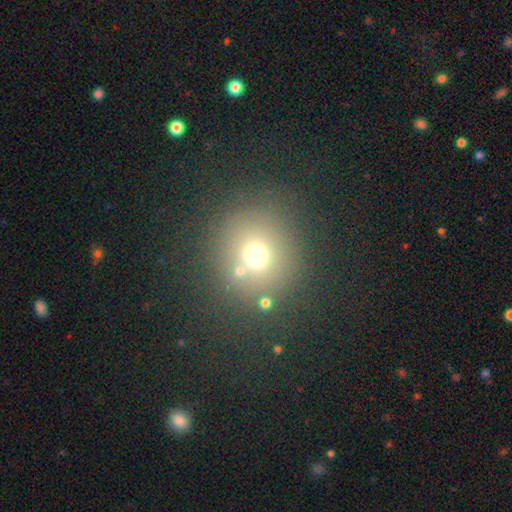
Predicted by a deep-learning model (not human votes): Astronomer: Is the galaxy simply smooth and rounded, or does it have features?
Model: smooth — 66%.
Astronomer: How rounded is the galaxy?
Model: round — 89%.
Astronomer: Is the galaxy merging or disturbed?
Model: none — 75%.